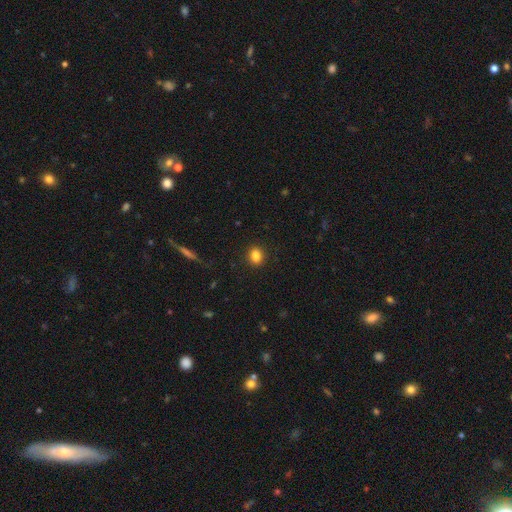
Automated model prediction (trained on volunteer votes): This is clearly a smooth galaxy (84%). How rounded: possibly round (57%). Merging: clearly none (90%).